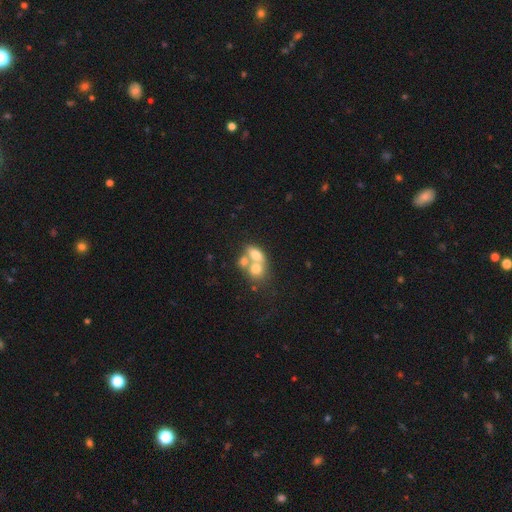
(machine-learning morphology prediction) The model was most divided on "how rounded": in between: 65%, round: 33%, cigar-shaped: 3%. More confident: merging — merger (66%); smooth or featured — smooth (64%).